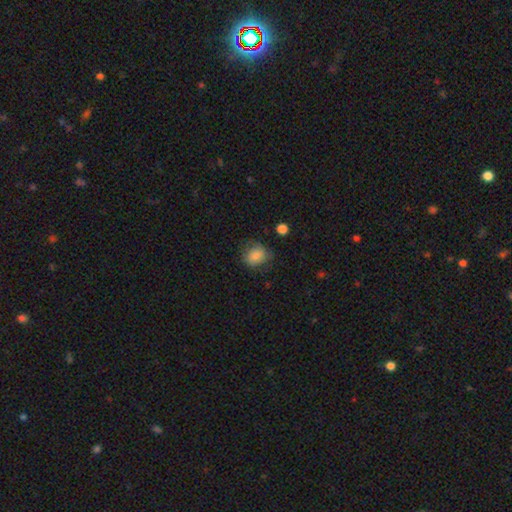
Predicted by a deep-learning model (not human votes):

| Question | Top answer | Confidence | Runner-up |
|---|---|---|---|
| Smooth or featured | smooth | 79% | featured or disk (12%) |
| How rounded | round | 57% | in between (42%) |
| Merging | none | 68% | minor disturbance (22%) |